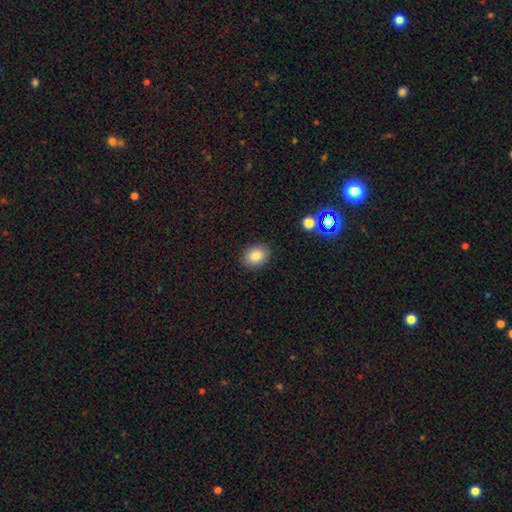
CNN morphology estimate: Smooth or featured: smooth — 85% (star or artifact — 9%)
How rounded: in between — 58% (round — 41%)
Merging: none — 88% (minor disturbance — 9%)